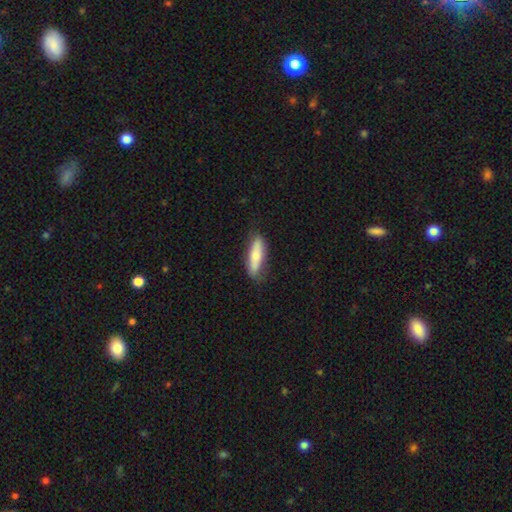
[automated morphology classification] Smooth or featured: smooth — 68% (featured or disk — 26%)
How rounded: cigar-shaped — 60% (in between — 38%)
Merging: none — 80% (minor disturbance — 15%)